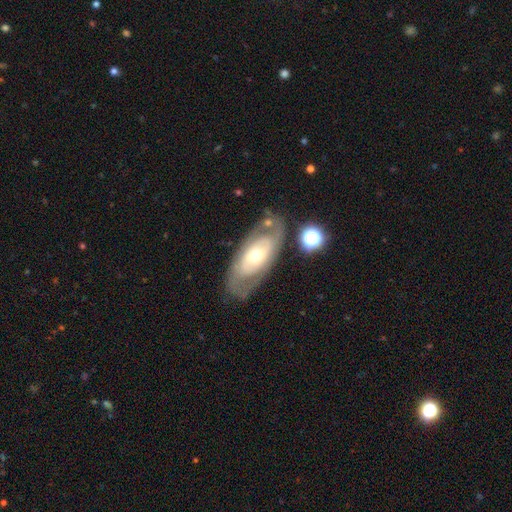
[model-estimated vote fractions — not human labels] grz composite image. It shows a featured or disk galaxy (69%) with no bar (77%), spiral arms (57%) and a small central bulge (47%). Merging: none (72%).